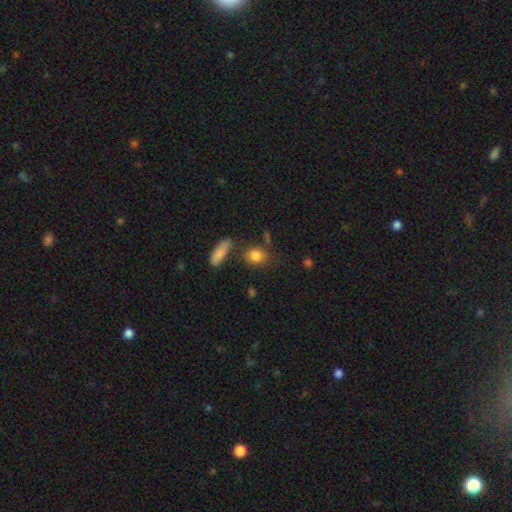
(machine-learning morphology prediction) This appears to be a smooth galaxy with no disk features (83%) that is in between round and cigar-shaped (50%). Merging: none (69%).